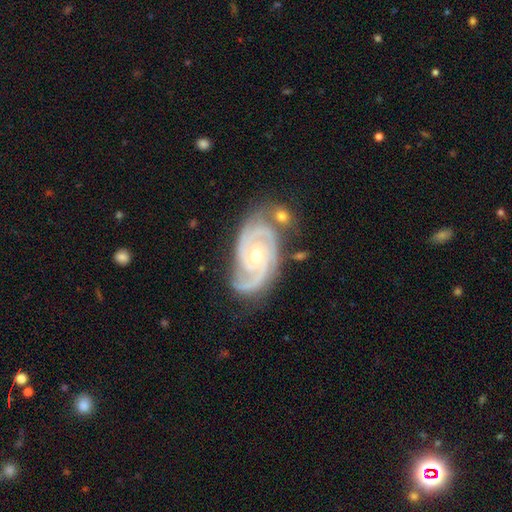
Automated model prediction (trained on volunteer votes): Smooth or featured: featured or disk — 93% (star or artifact — 4%)
Edge-on disk: no — 97% (yes — 3%)
Bar: no — 69% (weak — 23%)
Spiral arms: yes — 98% (no — 2%)
Spiral winding: tight — 67% (medium — 29%)
Spiral arm count: 2 — 45% (3 — 38%)
Bulge size: moderate — 55% (small — 42%)
Merging: none — 67% (minor disturbance — 19%)